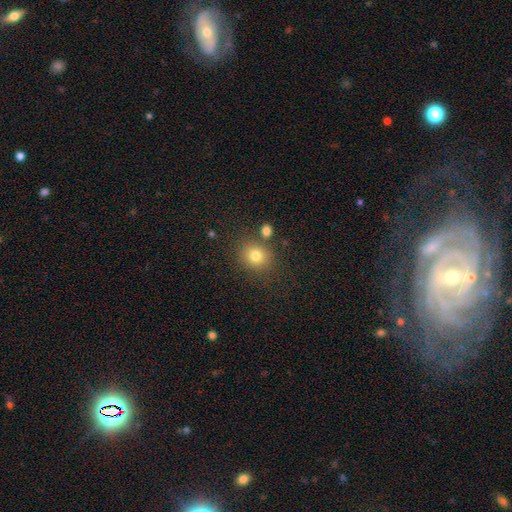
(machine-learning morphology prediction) smooth 79%, star or artifact 13%, featured or disk 8%. Down the decision tree: how rounded — round (78%); merging — none (77%).